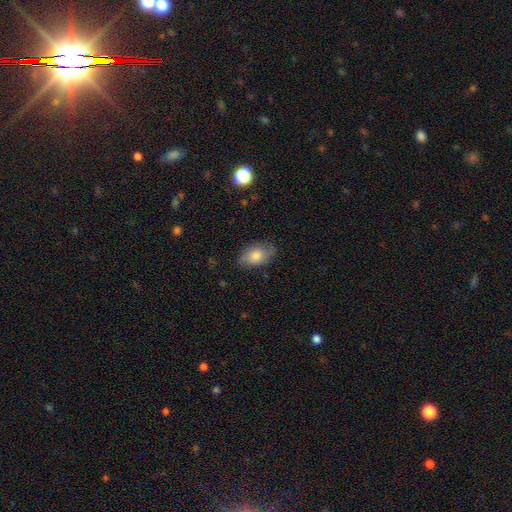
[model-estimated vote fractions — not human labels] A smooth galaxy with no disk features (76%) that is in between round and cigar-shaped (90%).

Vote fractions:
- Smooth or featured? smooth: 76% / featured or disk: 17% / star or artifact: 8%
- How rounded? in between: 90% / round: 8% / cigar-shaped: 2%
- Merging? none: 77% / minor disturbance: 18% / major disturbance: 4% / merger: 1%